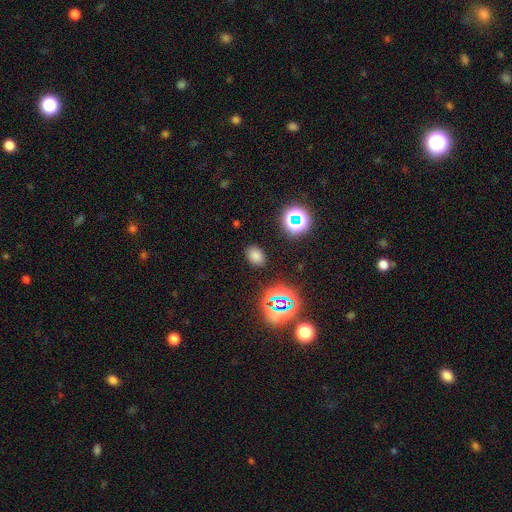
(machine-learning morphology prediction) smooth-or-featured: smooth: 72% | star or artifact: 22% | featured or disk: 6%
  how-rounded: in between: 70% | round: 28% | cigar-shaped: 1%
  merging: none: 86% | minor disturbance: 9% | major disturbance: 3% | merger: 2%